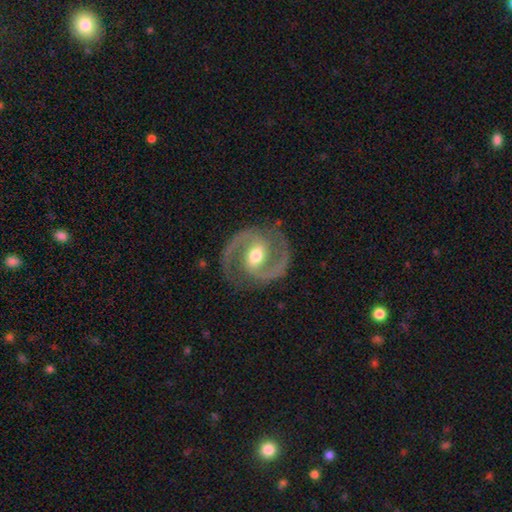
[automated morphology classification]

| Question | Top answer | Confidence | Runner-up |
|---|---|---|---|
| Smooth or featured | featured or disk | 92% | star or artifact (4%) |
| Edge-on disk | no | 98% | yes (2%) |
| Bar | weak | 47% | strong (30%) |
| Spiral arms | yes | 98% | no (2%) |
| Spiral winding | medium | 63% | tight (25%) |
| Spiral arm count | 2 | 94% | can't tell (2%) |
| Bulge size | moderate | 72% | small (17%) |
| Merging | none | 84% | minor disturbance (11%) |